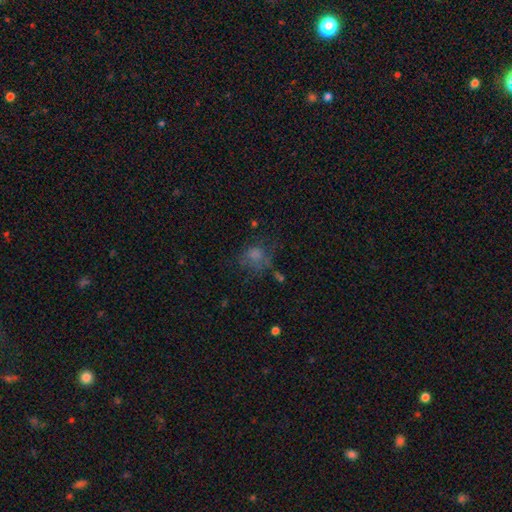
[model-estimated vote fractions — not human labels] A smooth galaxy with no disk features (64%) that is round (68%). Merging: none (44%).